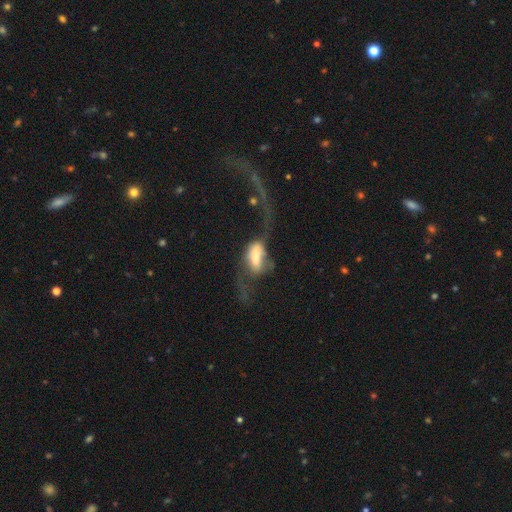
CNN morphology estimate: type=smooth (47%); merging=major disturbance (42%).